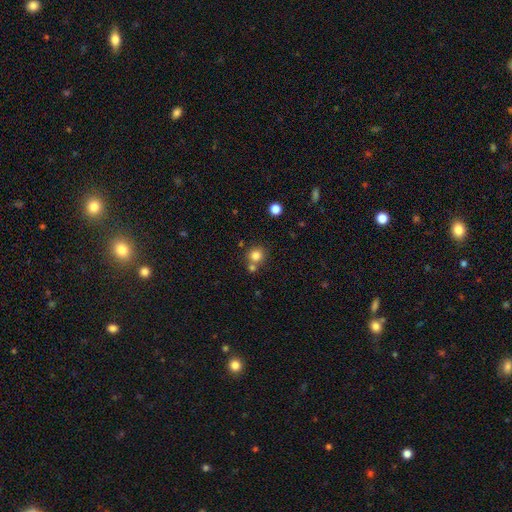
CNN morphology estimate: smooth-or-featured: smooth: 81% | star or artifact: 13% | featured or disk: 7%
  how-rounded: round: 90% | in between: 9% | cigar-shaped: 1%
  merging: none: 65% | merger: 24% | minor disturbance: 8% | major disturbance: 3%